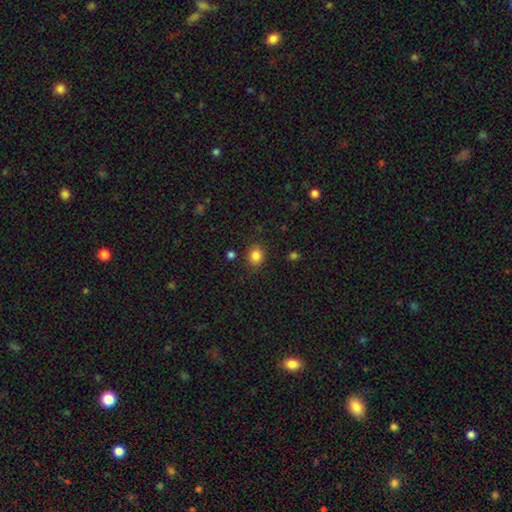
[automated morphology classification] A smooth galaxy with no disk features (84%) that is round (71%).

Vote fractions:
- Smooth or featured? smooth: 84% / star or artifact: 11% / featured or disk: 5%
- How rounded? round: 71% / in between: 28% / cigar-shaped: 1%
- Merging? none: 82% / minor disturbance: 11% / major disturbance: 3% / merger: 3%